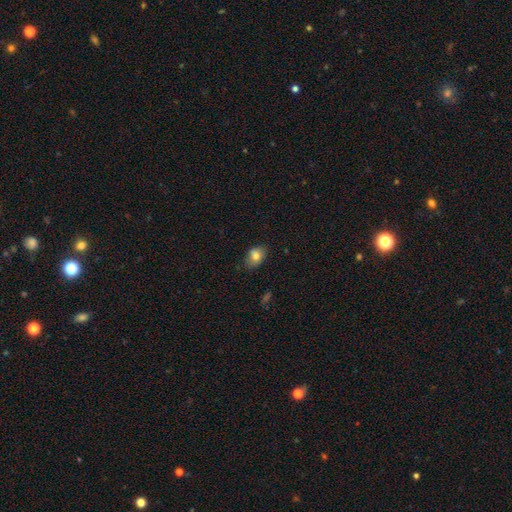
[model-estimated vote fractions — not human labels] smooth_or_featured: smooth (p=0.80) [alt: featured or disk p=0.10]
how_rounded: in between (p=0.75) [alt: round p=0.24]
merging: none (p=0.73) [alt: minor disturbance p=0.22]